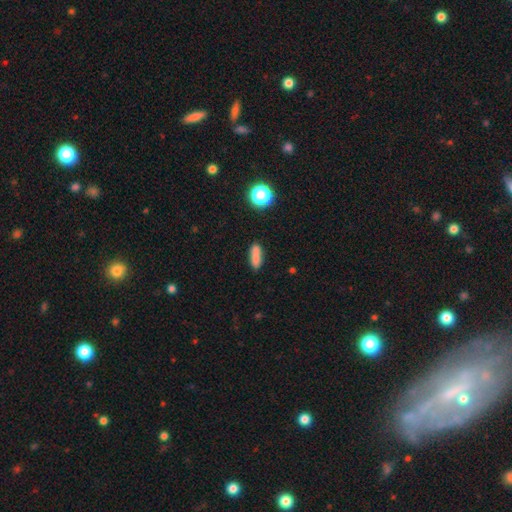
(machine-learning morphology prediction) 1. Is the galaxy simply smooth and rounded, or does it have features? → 82% smooth, 10% star or artifact, 8% featured or disk.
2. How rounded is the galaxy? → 51% in between, 45% cigar-shaped, 4% round.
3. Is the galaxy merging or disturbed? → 77% none, 14% minor disturbance, 6% merger, 3% major disturbance.